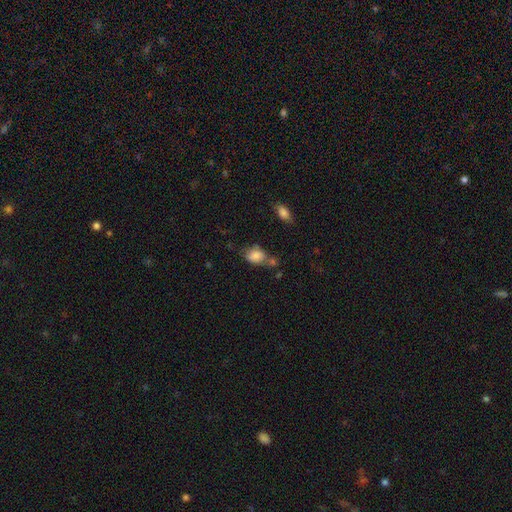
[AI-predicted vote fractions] Smooth or featured? smooth (81%)
How rounded? in between (74%)
Merging? none (46%)